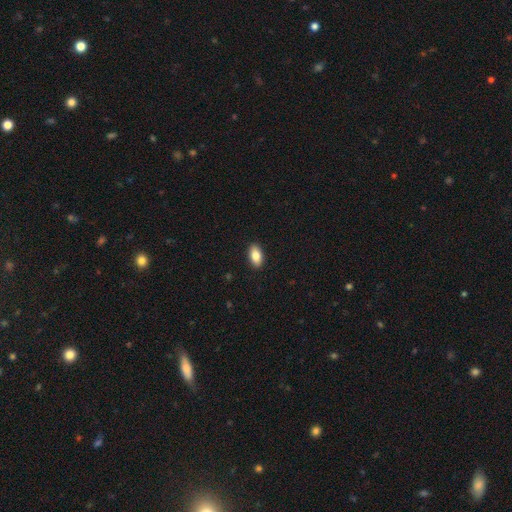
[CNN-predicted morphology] smooth-or-featured: smooth: 84% | featured or disk: 9% | star or artifact: 7%
  how-rounded: in between: 92% | cigar-shaped: 4% | round: 4%
  merging: none: 91% | minor disturbance: 7% | major disturbance: 2% | merger: 1%